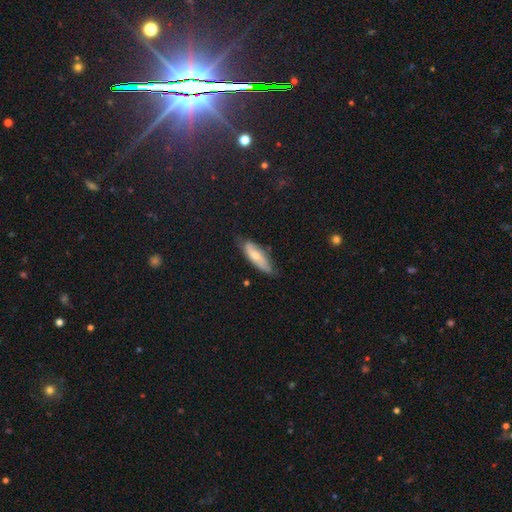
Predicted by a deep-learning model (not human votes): The model was most divided on "how rounded": in between: 58%, cigar-shaped: 40%, round: 2%. More confident: merging — none (66%); smooth or featured — smooth (60%).